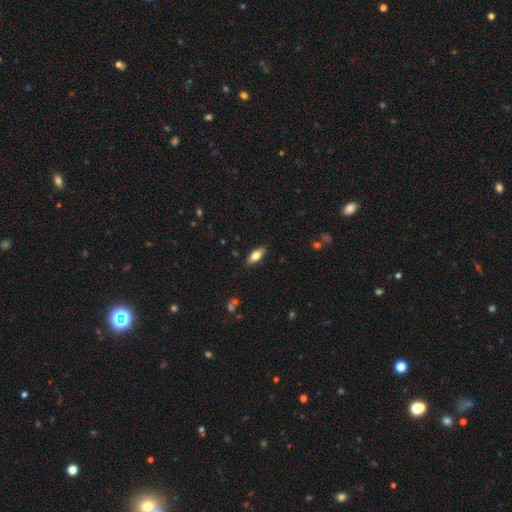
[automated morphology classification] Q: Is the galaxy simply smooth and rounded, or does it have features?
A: smooth — 68%.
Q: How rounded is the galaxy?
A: in between — 79%.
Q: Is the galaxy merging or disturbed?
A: none — 87%.